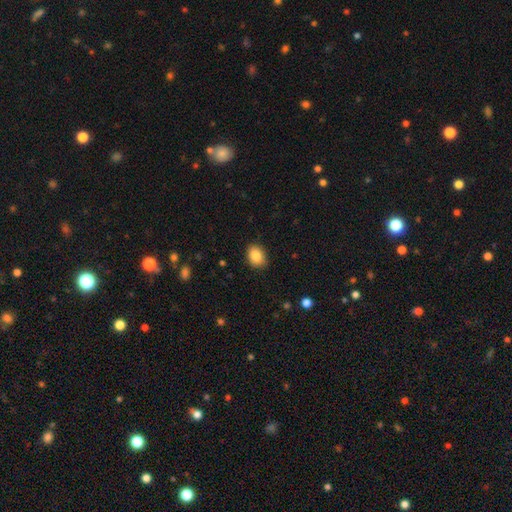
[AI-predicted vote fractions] Overall: smooth (86%). How rounded: in between (70%). Merging: none (88%).